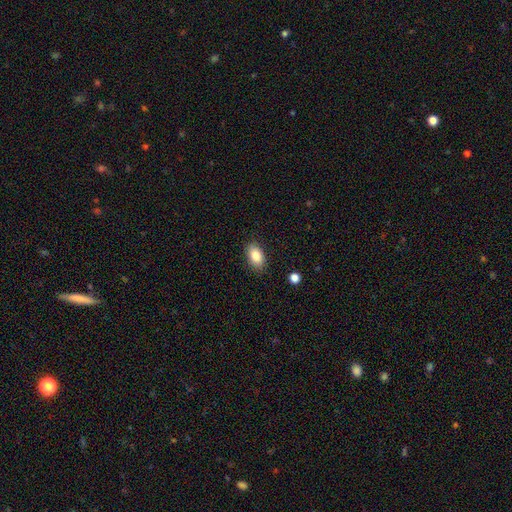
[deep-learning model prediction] smooth_or_featured: smooth (p=0.84) [alt: star or artifact p=0.08]
how_rounded: in between (p=0.90) [alt: round p=0.09]
merging: none (p=0.87) [alt: minor disturbance p=0.10]